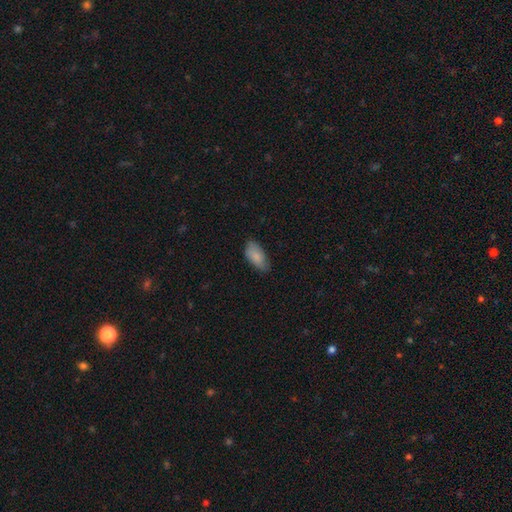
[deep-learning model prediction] The model was most divided on "merging": none: 72%, minor disturbance: 23%, major disturbance: 4%, merger: 1%. More confident: how rounded — in between (91%); smooth or featured — smooth (85%).